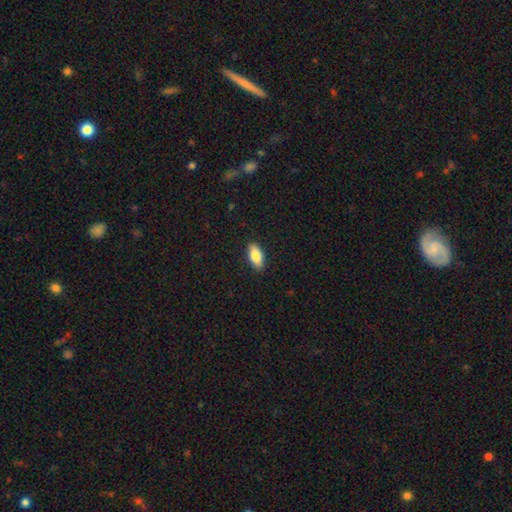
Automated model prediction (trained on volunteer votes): This appears to be a smooth galaxy with no disk features (82%) that is in between round and cigar-shaped (87%). Merging: none (90%).